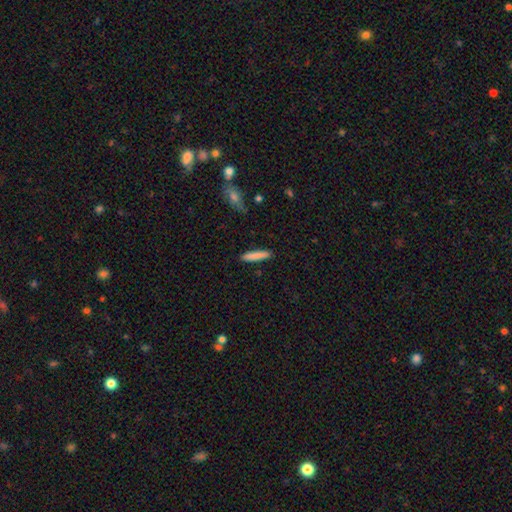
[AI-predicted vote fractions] Overall: smooth (83%). How rounded: cigar-shaped (89%). Merging: none (89%).